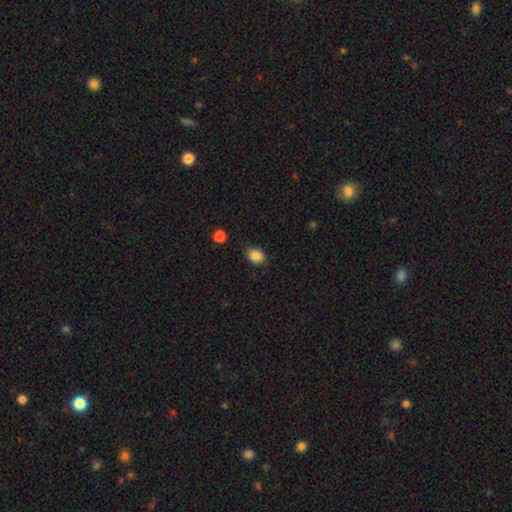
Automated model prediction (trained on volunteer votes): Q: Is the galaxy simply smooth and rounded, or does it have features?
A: smooth — 86%.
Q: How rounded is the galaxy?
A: in between — 68%.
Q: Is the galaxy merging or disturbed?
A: none — 84%.